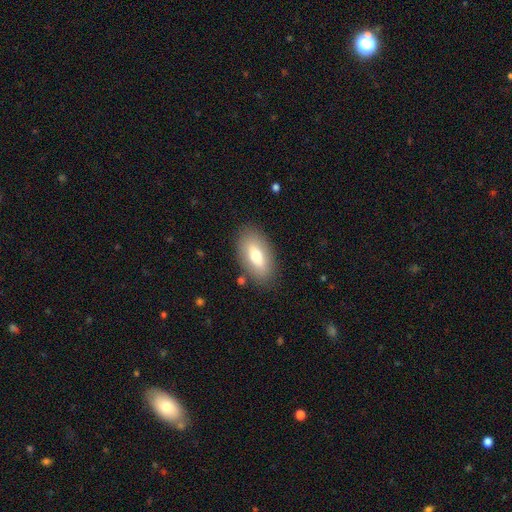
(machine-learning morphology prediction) smooth_or_featured: smooth (p=0.67) [alt: featured or disk p=0.26]
how_rounded: in between (p=0.90) [alt: cigar-shaped p=0.06]
merging: none (p=0.84) [alt: minor disturbance p=0.11]